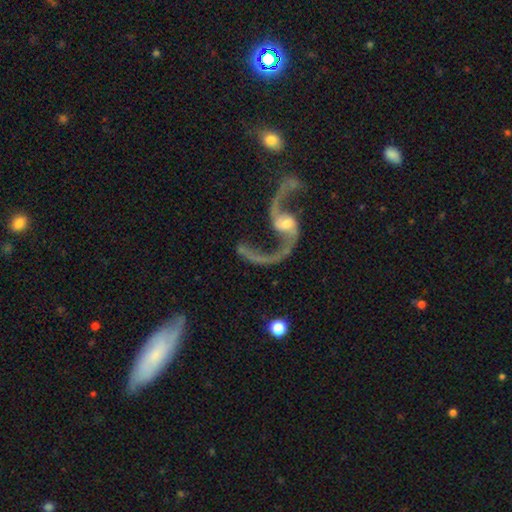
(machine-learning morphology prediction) This is clearly a featured or disk galaxy (91%). It is clearly not viewed edge-on (96%). Bar: possibly no (48%). Spiral arm pattern: clearly yes (97%). Spiral arm count: clearly 2 (93%). Spiral winding: clearly loose (84%). Central bulge: possibly small (45%). Merging: likely none (62%).